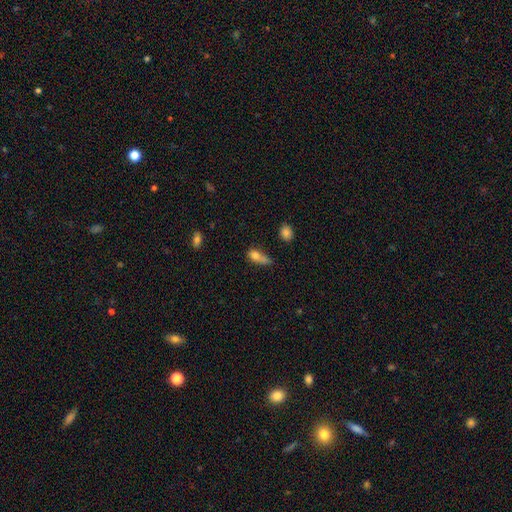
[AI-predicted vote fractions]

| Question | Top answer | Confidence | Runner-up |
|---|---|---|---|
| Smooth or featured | smooth | 72% | featured or disk (17%) |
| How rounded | in between | 65% | round (17%) |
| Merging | minor disturbance | 27% | major disturbance (26%) |